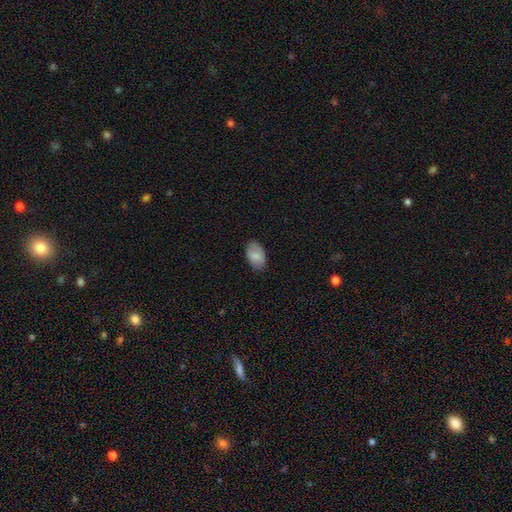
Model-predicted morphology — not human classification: Smooth or featured? smooth (82%)
How rounded? in between (92%)
Merging? none (81%)